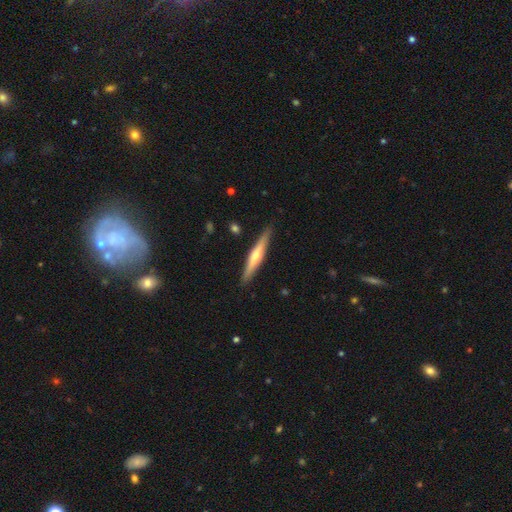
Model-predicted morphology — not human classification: This is likely a featured or disk galaxy (63%). It is clearly viewed edge-on (97%). Edge-on bulge: clearly rounded (90%). Merging: clearly none (90%).